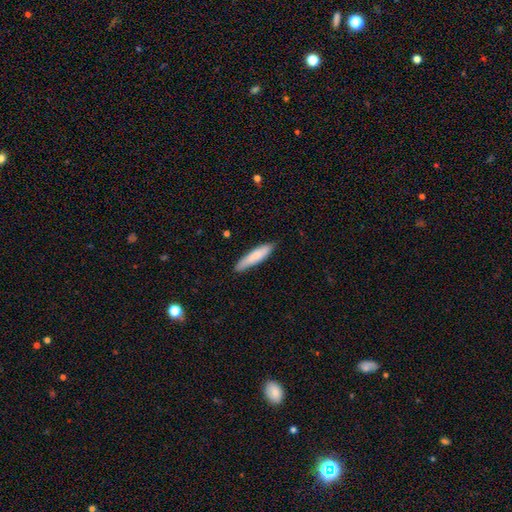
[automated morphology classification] A smooth galaxy with no disk features (80%) that is cigar-shaped (81%).

Vote fractions:
- Smooth or featured? smooth: 80% / featured or disk: 15% / star or artifact: 5%
- How rounded? cigar-shaped: 81% / in between: 17% / round: 1%
- Merging? none: 84% / minor disturbance: 13% / major disturbance: 2% / merger: 1%